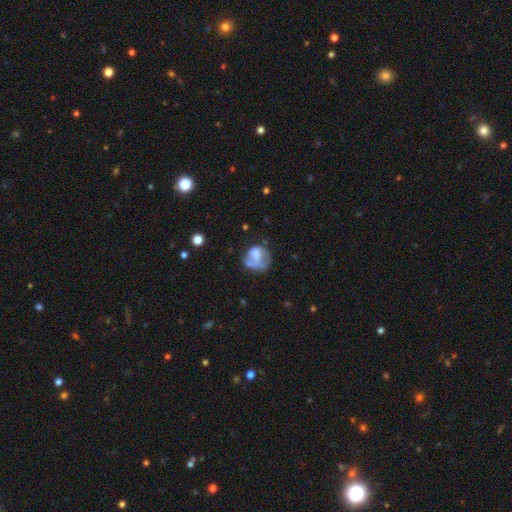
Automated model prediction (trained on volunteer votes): Smooth or featured: smooth — 50% (featured or disk — 40%)
How rounded: round — 67% (in between — 32%)
Merging: none — 35% (major disturbance — 30%)